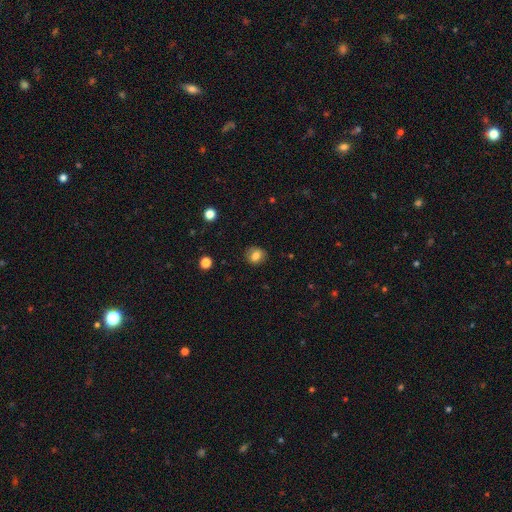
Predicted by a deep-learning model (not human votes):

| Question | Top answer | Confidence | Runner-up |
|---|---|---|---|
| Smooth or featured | smooth | 79% | featured or disk (11%) |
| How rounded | round | 61% | in between (38%) |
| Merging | none | 83% | minor disturbance (12%) |